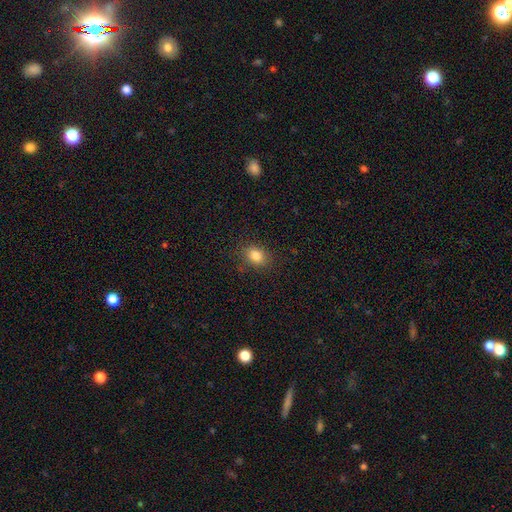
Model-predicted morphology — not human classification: Smooth or featured?
  - smooth: 83% *
  - star or artifact: 11%
  - featured or disk: 6%
How rounded?
  - in between: 61% *
  - round: 38%
  - cigar-shaped: 1%
Merging?
  - none: 85% *
  - minor disturbance: 11%
  - major disturbance: 3%
  - merger: 1%